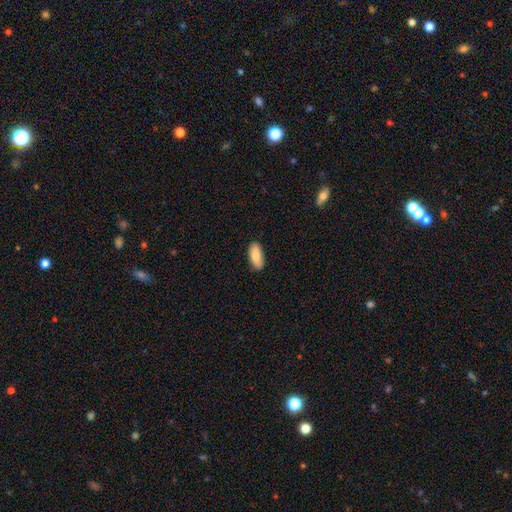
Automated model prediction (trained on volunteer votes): Smooth or featured: smooth — 84% (featured or disk — 10%)
How rounded: in between — 85% (cigar-shaped — 13%)
Merging: none — 87% (minor disturbance — 10%)